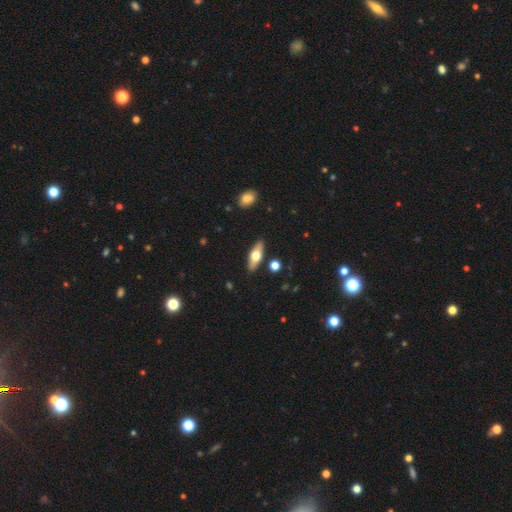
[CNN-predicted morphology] A smooth galaxy with no disk features (51%) that is in between round and cigar-shaped (60%). Merging: none (87%).